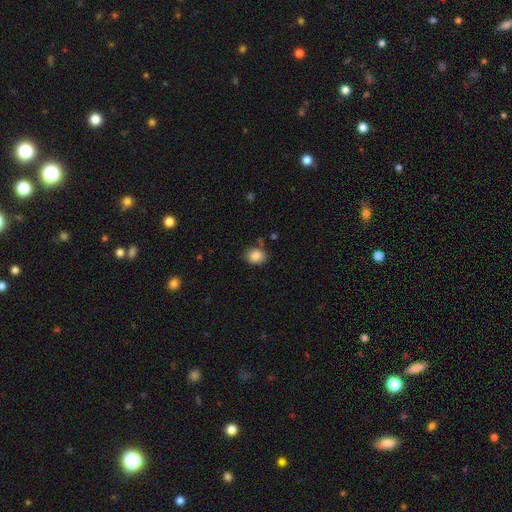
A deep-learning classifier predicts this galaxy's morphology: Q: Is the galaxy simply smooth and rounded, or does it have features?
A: smooth — 86%.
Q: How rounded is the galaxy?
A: in between — 56%.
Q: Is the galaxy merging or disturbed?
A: none — 77%.